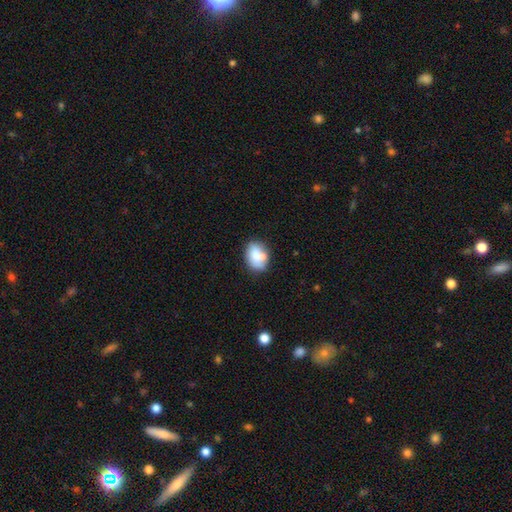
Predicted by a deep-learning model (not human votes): This is likely a smooth galaxy (71%). How rounded: likely in between (76%). Merging: possibly none (52%).